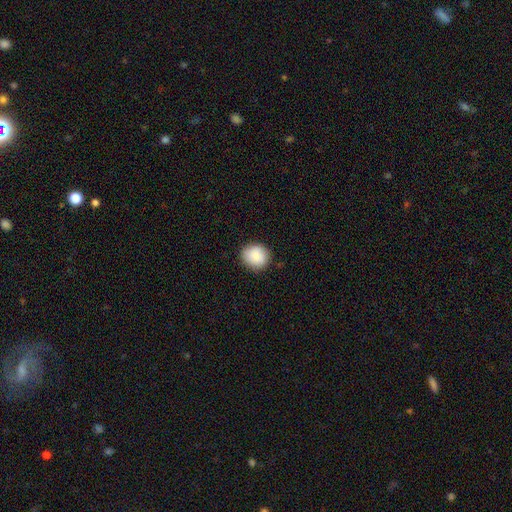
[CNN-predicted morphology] smooth_or_featured: smooth (p=0.86) [alt: star or artifact p=0.08]
how_rounded: round (p=0.79) [alt: in between p=0.20]
merging: none (p=0.86) [alt: minor disturbance p=0.11]